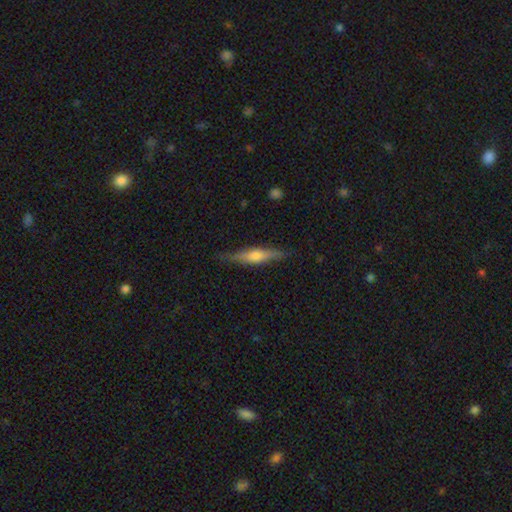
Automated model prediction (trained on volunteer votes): This appears to be a featured or disk galaxy (51%) viewed edge-on (92%). Merging: none (80%).